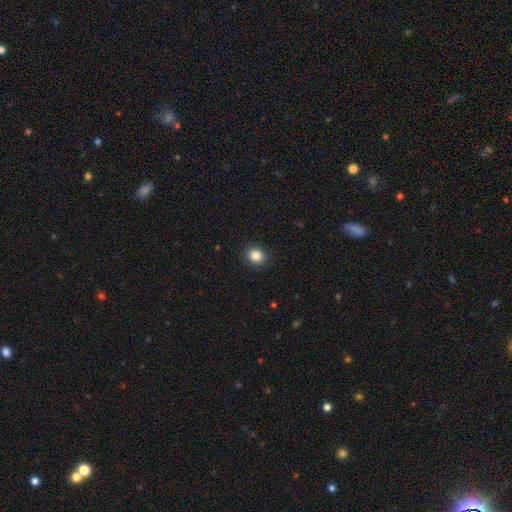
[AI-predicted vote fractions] A smooth galaxy with no disk features (85%) that is round (77%).

Vote fractions:
- Smooth or featured? smooth: 85% / star or artifact: 11% / featured or disk: 5%
- How rounded? round: 77% / in between: 22% / cigar-shaped: 1%
- Merging? none: 91% / minor disturbance: 6% / major disturbance: 2% / merger: 1%